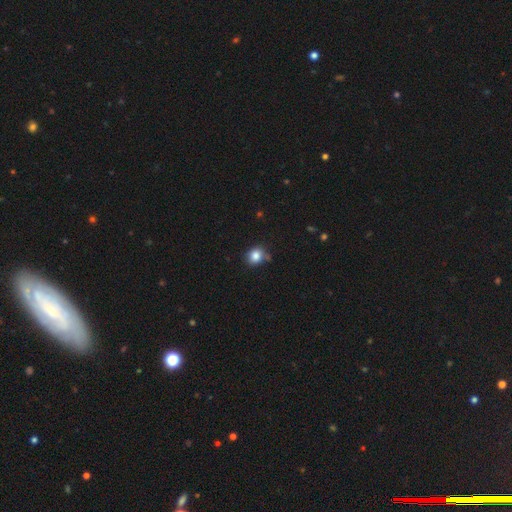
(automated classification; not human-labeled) Q: Smooth or featured?
A: smooth (84%); runner-up: star or artifact (11%)
Q: How rounded?
A: round (69%); runner-up: in between (30%)
Q: Merging?
A: none (70%); runner-up: minor disturbance (20%)